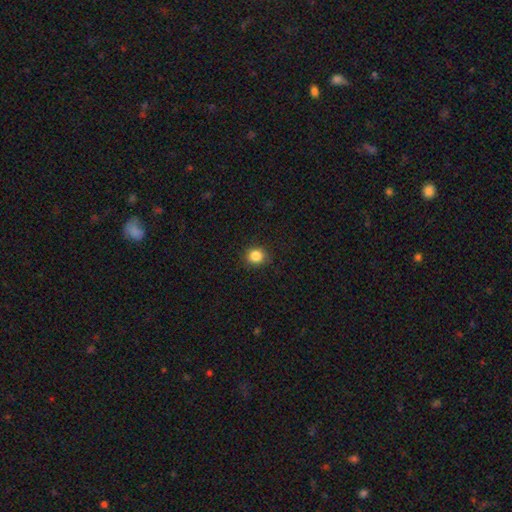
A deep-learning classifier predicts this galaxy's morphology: A smooth galaxy with no disk features (85%) that is round (85%).

Vote fractions:
- Smooth or featured? smooth: 85% / star or artifact: 11% / featured or disk: 4%
- How rounded? round: 85% / in between: 15% / cigar-shaped: 1%
- Merging? none: 89% / minor disturbance: 8% / major disturbance: 2% / merger: 1%